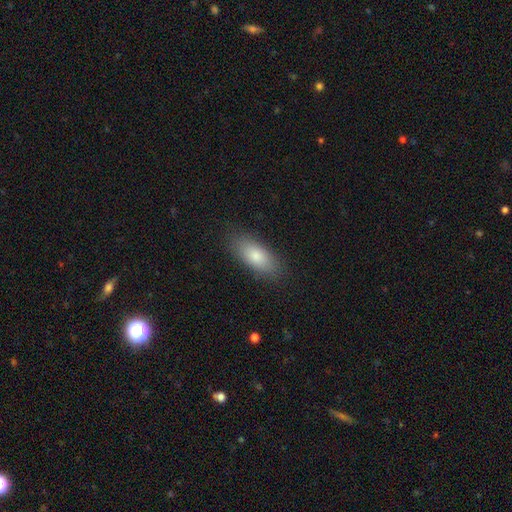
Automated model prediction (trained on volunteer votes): Overall: smooth (80%). How rounded: in between (81%). Merging: none (86%).